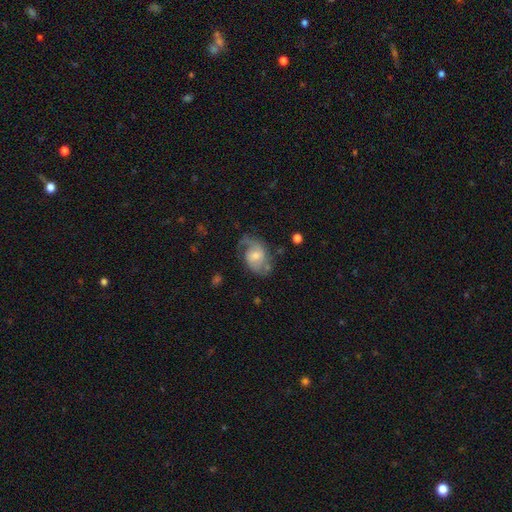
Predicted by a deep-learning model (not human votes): This appears to be a featured or disk galaxy (70%) with no bar (53%), 2 (64%) medium (45%) spiral arms (88%) and a moderate central bulge (49%). Merging: none (50%).